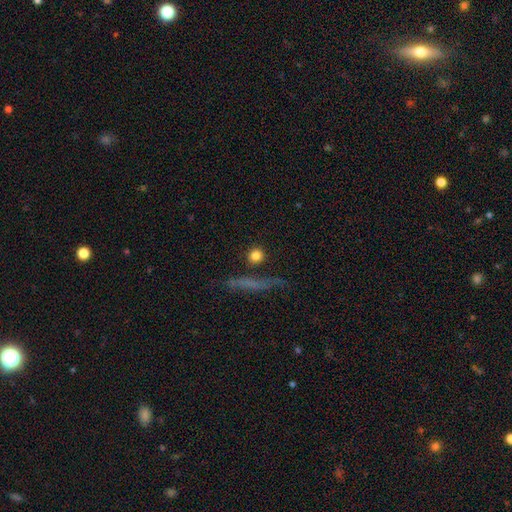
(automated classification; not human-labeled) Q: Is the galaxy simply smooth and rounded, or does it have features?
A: smooth — 81%.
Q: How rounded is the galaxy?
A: round — 90%.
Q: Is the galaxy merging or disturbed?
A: none — 83%.